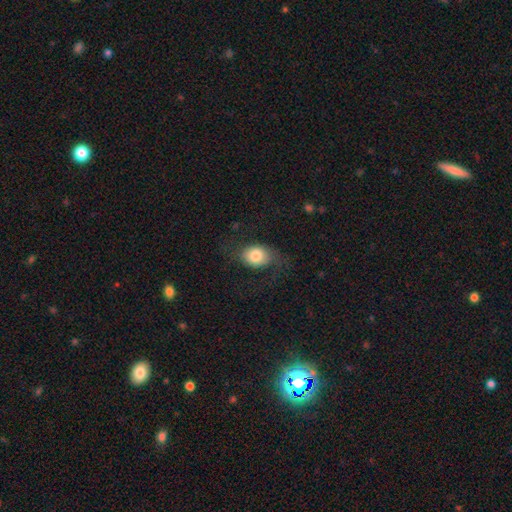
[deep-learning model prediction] The model was most divided on "how rounded": in between: 56%, round: 43%, cigar-shaped: 1%. More confident: smooth or featured — smooth (76%); merging — none (56%).